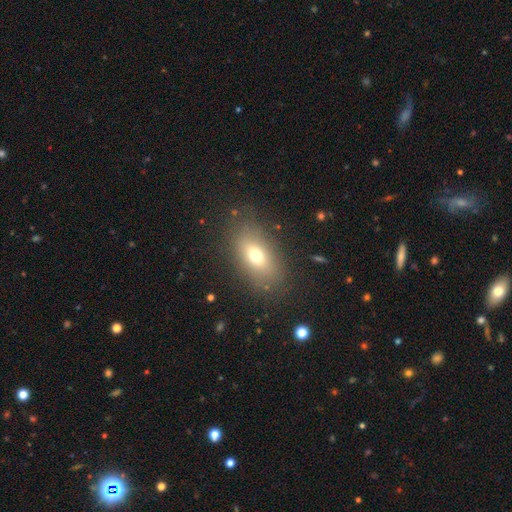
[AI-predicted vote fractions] The model was most divided on "smooth or featured": smooth: 69%, featured or disk: 18%, star or artifact: 13%. More confident: how rounded — in between (83%); merging — none (81%).